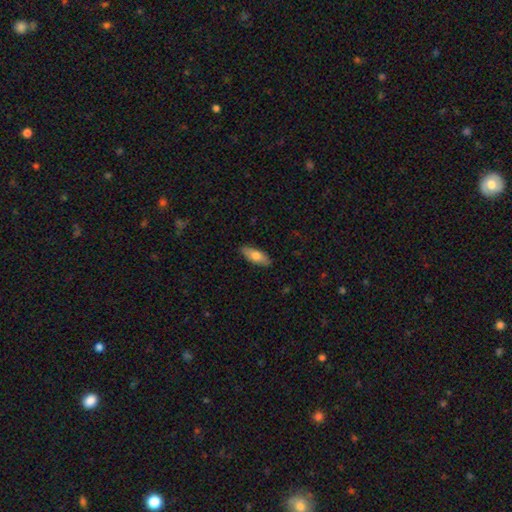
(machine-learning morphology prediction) type=smooth (73%); roundness=in between (77%); merging=none (87%).